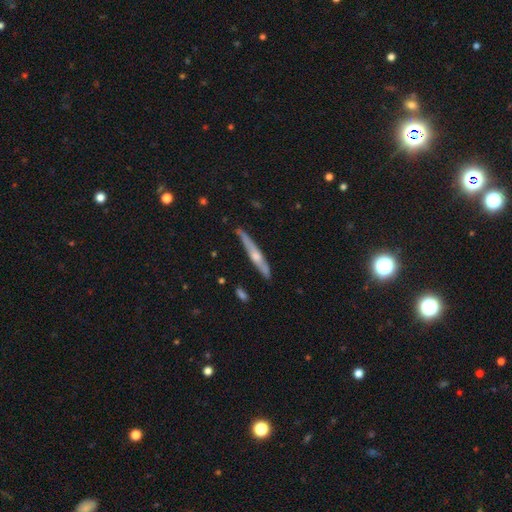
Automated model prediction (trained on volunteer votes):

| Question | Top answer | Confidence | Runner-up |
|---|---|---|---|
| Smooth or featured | featured or disk | 64% | smooth (31%) |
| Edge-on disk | yes | 95% | no (5%) |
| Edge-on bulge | rounded | 77% | none (16%) |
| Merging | none | 80% | minor disturbance (15%) |